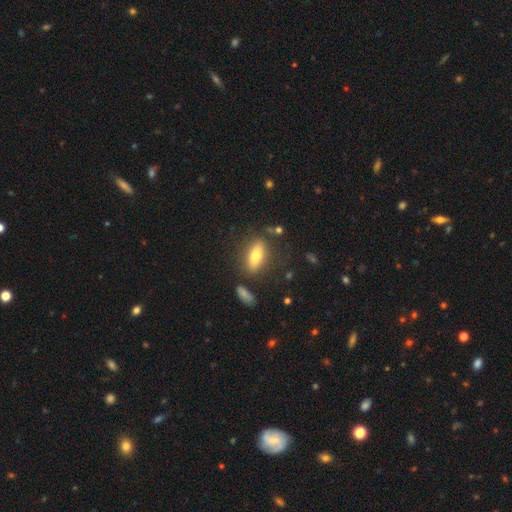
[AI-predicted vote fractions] A smooth galaxy with no disk features (67%) that is in between round and cigar-shaped (71%). Merging: none (77%).